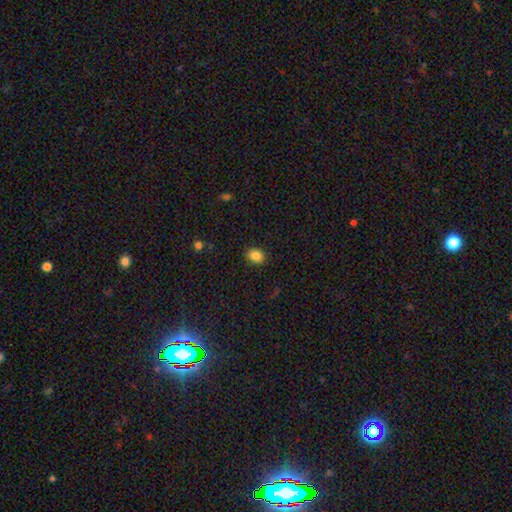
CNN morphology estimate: A smooth galaxy with no disk features (86%) that is in between round and cigar-shaped (61%). Merging: none (88%).